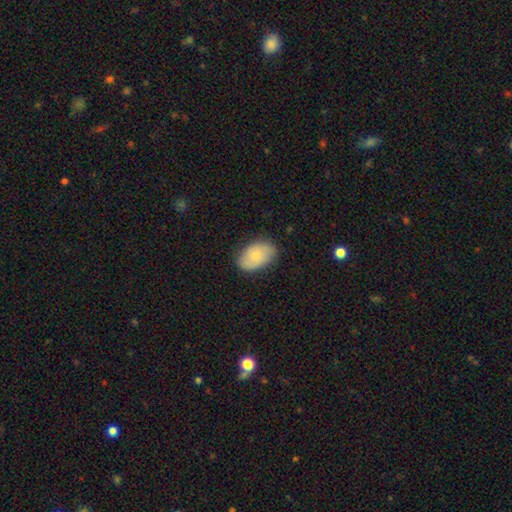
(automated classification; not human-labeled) Smooth or featured: smooth — 68% (featured or disk — 25%)
How rounded: in between — 88% (round — 10%)
Merging: none — 78% (minor disturbance — 17%)